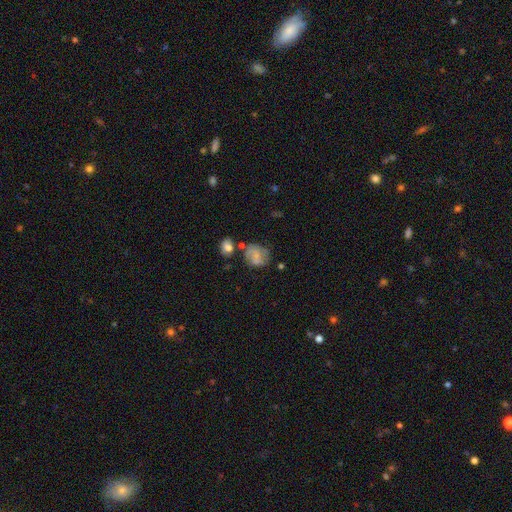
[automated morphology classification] Overall: smooth (59%; featured or disk 30%). How rounded: round (59%; in between 40%). Merging: none (49%; minor disturbance 26%).